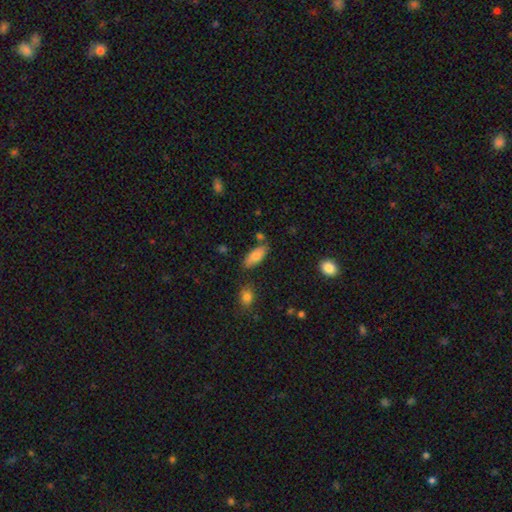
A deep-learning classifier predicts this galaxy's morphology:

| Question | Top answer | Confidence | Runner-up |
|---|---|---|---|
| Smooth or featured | smooth | 80% | featured or disk (13%) |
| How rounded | in between | 82% | cigar-shaped (16%) |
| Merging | none | 74% | minor disturbance (16%) |